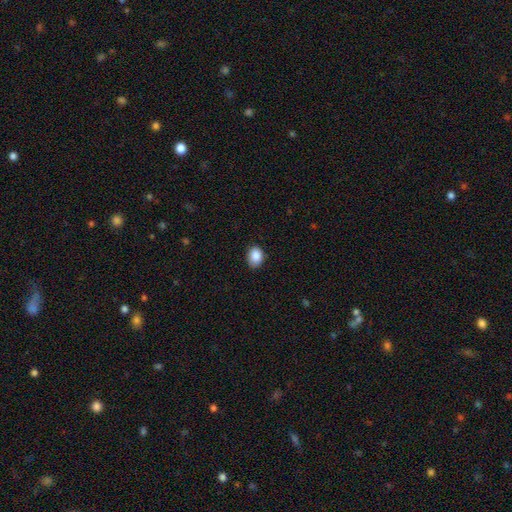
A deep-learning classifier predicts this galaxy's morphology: smooth 88%, star or artifact 8%, featured or disk 4%. Down the decision tree: how rounded — in between (67%); merging — none (83%).